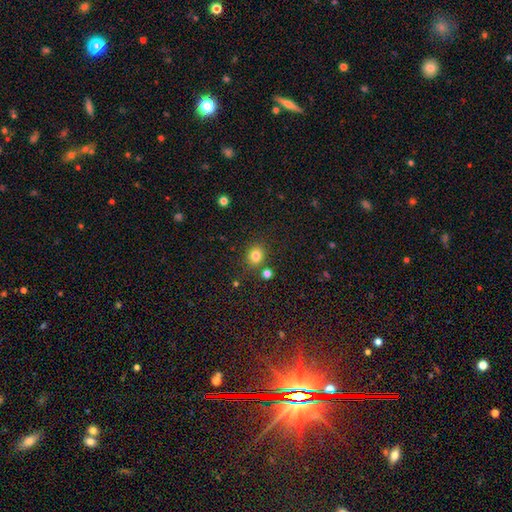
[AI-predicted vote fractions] smooth-or-featured: smooth: 81% | star or artifact: 13% | featured or disk: 6%
  how-rounded: round: 71% | in between: 28% | cigar-shaped: 1%
  merging: none: 81% | minor disturbance: 9% | merger: 7% | major disturbance: 3%